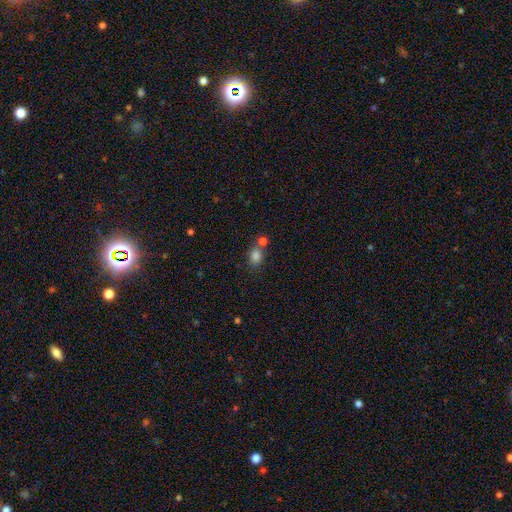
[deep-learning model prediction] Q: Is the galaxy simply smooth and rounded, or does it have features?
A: smooth — 81%.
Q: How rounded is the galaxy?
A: in between — 61%.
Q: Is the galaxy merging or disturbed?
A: none — 56%.